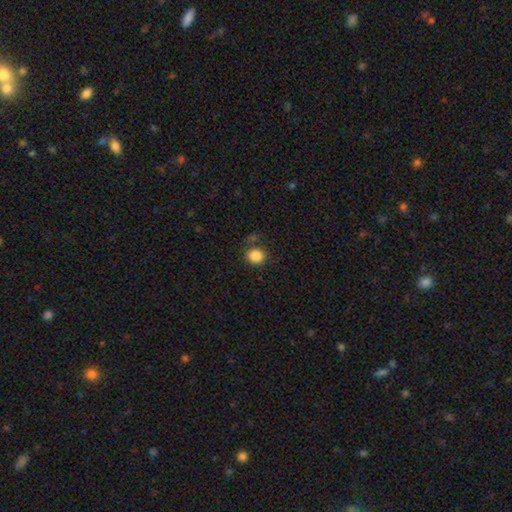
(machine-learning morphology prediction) Smooth or featured? smooth (87%)
How rounded? round (80%)
Merging? none (77%)